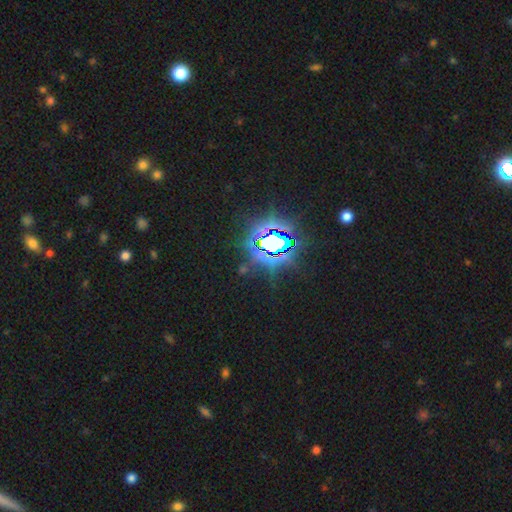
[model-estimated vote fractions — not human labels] smooth_or_featured: star or artifact (p=0.83) [alt: smooth p=0.10]